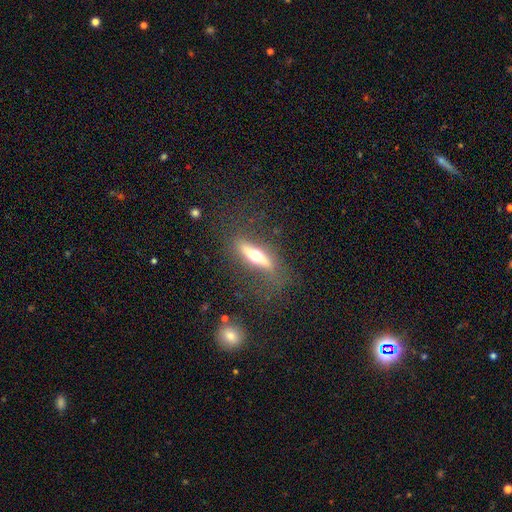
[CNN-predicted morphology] Smooth or featured? featured or disk (57%)
Edge-on disk? yes (80%)
Merging? none (75%)